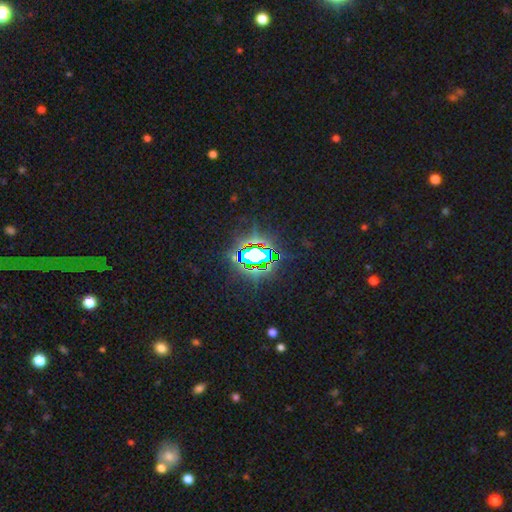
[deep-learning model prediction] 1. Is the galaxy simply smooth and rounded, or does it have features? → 79% star or artifact, 12% smooth, 9% featured or disk.